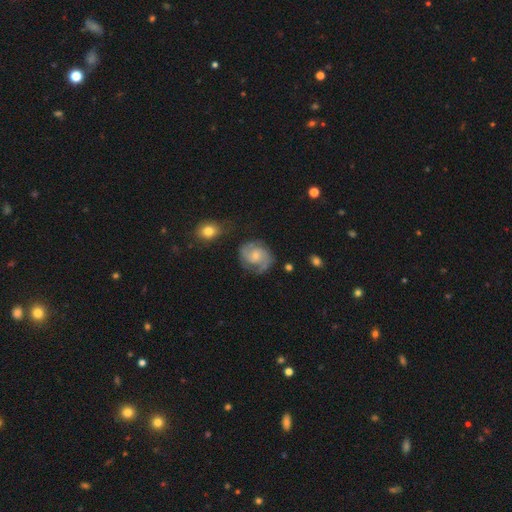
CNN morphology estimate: The model was most divided on "spiral winding": medium: 45%, tight: 42%, loose: 13%. More confident: edge-on disk — no (98%); spiral arms — yes (94%); smooth or featured — featured or disk (78%); spiral arm count — 2 (78%); merging — none (68%); bar — no (62%); bulge size — small (58%).